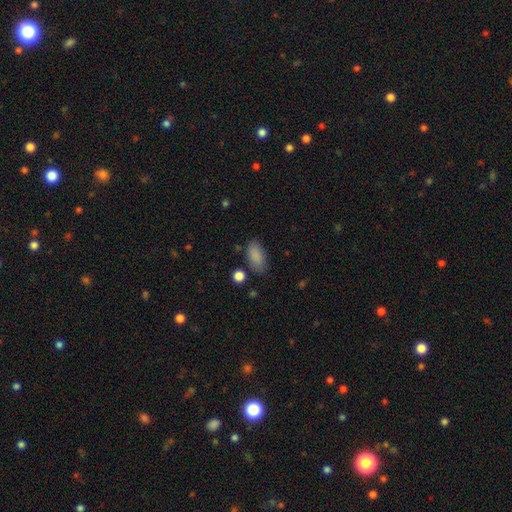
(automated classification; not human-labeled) smooth 88%, star or artifact 7%, featured or disk 5%. Down the decision tree: how rounded — in between (92%); merging — none (78%).